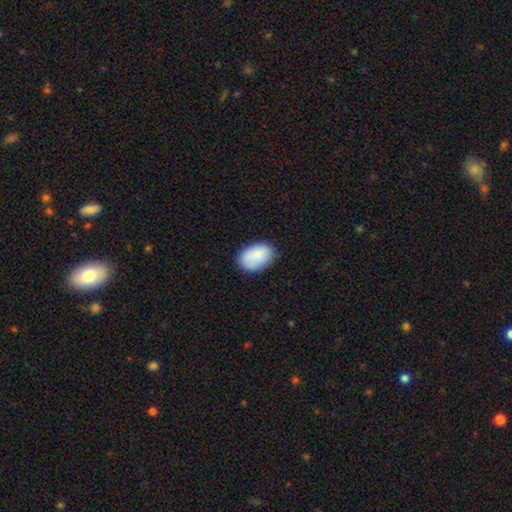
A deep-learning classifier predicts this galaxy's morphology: smooth_or_featured: smooth (p=0.85) [alt: featured or disk p=0.08]
how_rounded: in between (p=0.89) [alt: round p=0.10]
merging: none (p=0.79) [alt: minor disturbance p=0.16]